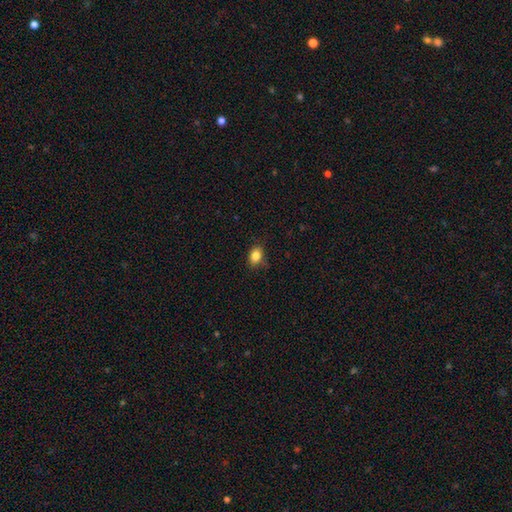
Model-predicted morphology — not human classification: A smooth galaxy with no disk features (84%) that is in between round and cigar-shaped (72%).

Vote fractions:
- Smooth or featured? smooth: 84% / star or artifact: 10% / featured or disk: 6%
- How rounded? in between: 72% / round: 26% / cigar-shaped: 2%
- Merging? none: 79% / minor disturbance: 16% / major disturbance: 3% / merger: 1%